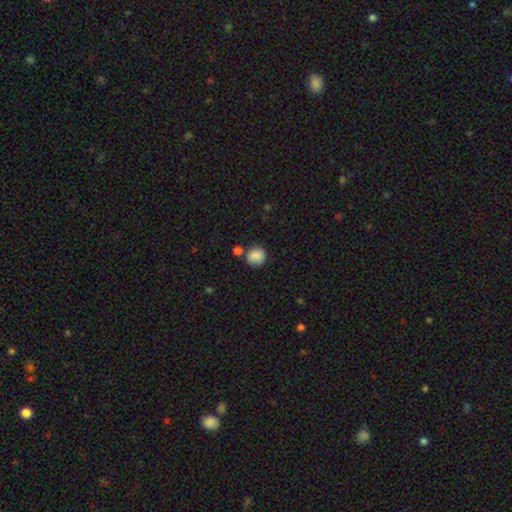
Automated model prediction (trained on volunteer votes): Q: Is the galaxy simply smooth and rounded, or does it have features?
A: smooth — 87%.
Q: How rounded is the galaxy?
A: round — 85%.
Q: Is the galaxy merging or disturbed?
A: none — 73%.